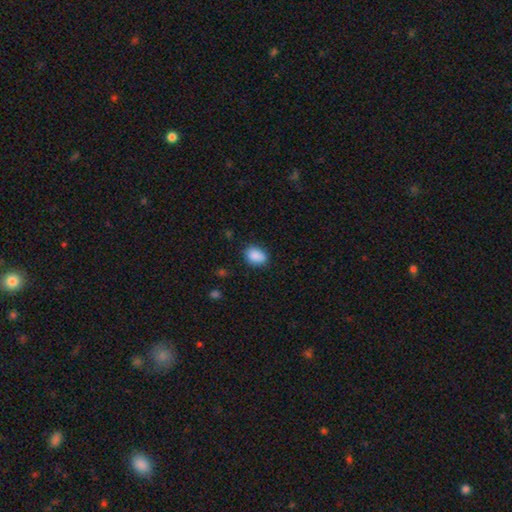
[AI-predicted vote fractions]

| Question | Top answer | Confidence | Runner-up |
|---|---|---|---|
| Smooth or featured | smooth | 88% | star or artifact (8%) |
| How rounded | in between | 73% | round (26%) |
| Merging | none | 81% | minor disturbance (15%) |